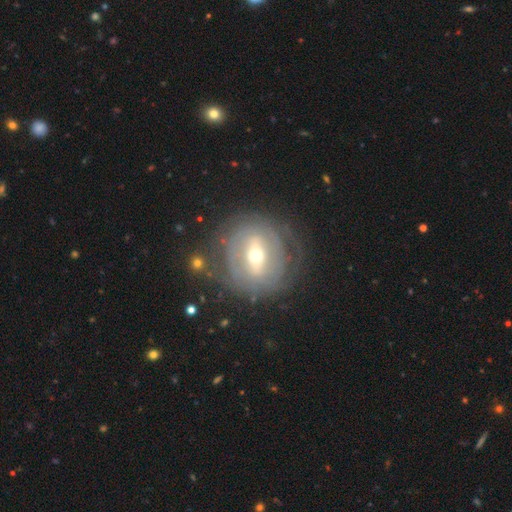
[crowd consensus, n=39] This appears to be a featured or disk galaxy (77%) with a strong bar (68%), no spiral arms (60%) and a moderate central bulge (44%, tied with small). Merging: none (59%).